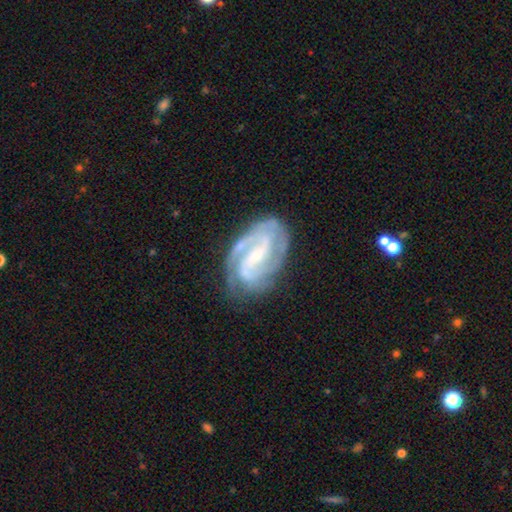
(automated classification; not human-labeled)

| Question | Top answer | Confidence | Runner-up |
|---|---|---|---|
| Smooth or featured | featured or disk | 89% | smooth (6%) |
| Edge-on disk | no | 97% | yes (3%) |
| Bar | weak | 44% | strong (39%) |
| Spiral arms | yes | 97% | no (3%) |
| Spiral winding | tight | 45% | medium (44%) |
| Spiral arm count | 2 | 61% | 3 (19%) |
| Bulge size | small | 64% | moderate (26%) |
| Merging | none | 72% | minor disturbance (19%) |